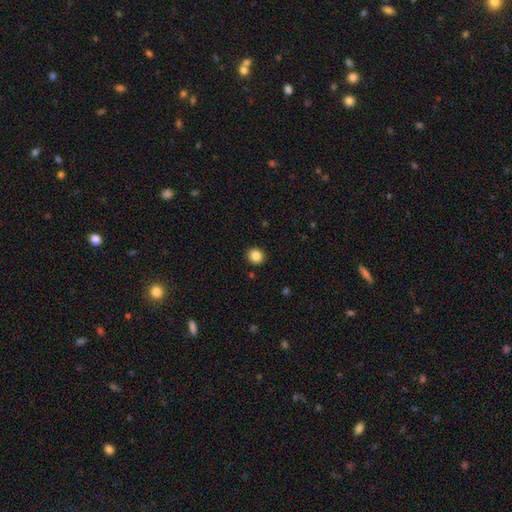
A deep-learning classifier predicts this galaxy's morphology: This is clearly a smooth galaxy (85%). How rounded: clearly round (85%). Merging: clearly none (92%).